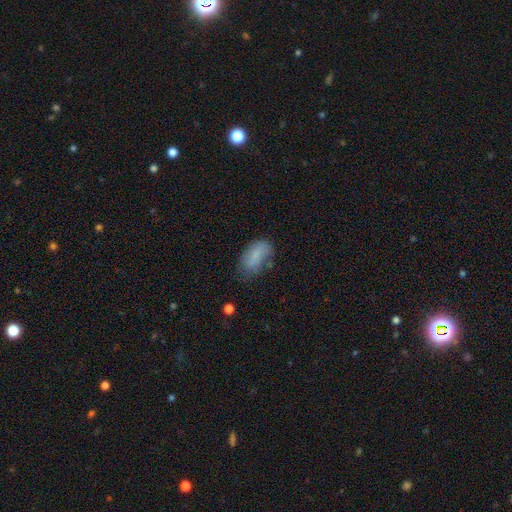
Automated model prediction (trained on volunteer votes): smooth-or-featured: smooth: 78% | featured or disk: 14% | star or artifact: 8%
  how-rounded: in between: 92% | round: 4% | cigar-shaped: 4%
  merging: none: 54% | minor disturbance: 30% | major disturbance: 12% | merger: 4%